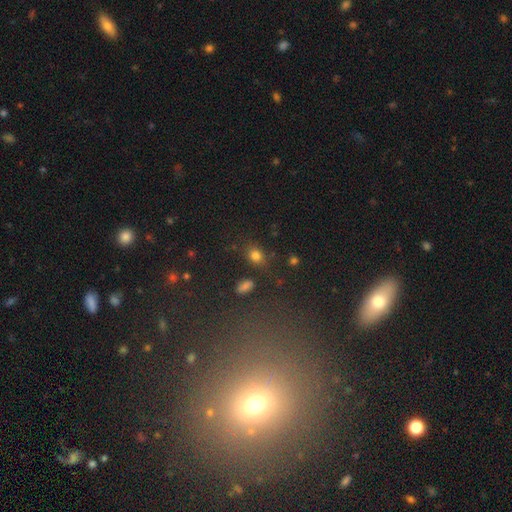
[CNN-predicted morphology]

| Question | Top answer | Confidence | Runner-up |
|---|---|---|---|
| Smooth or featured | smooth | 79% | star or artifact (15%) |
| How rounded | round | 51% | in between (46%) |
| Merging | none | 76% | minor disturbance (13%) |